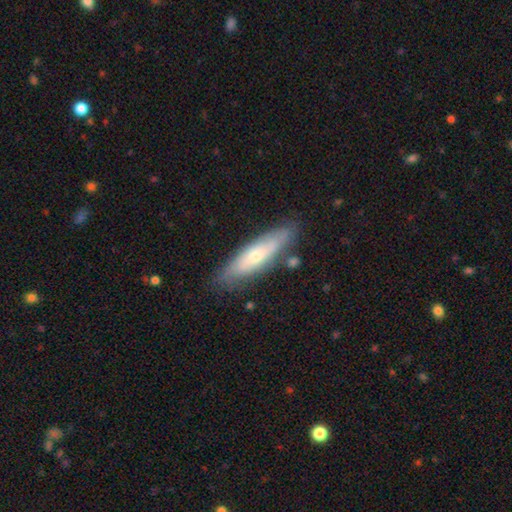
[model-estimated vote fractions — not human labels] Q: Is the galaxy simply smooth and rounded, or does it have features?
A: smooth — 50%.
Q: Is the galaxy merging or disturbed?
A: none — 78%.